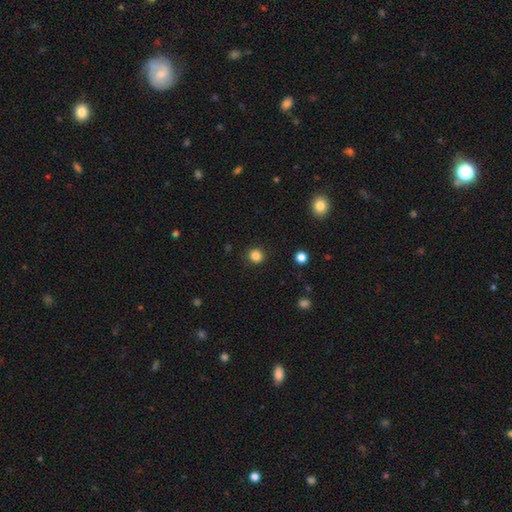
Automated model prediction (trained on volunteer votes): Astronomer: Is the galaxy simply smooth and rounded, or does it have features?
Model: smooth — 85%.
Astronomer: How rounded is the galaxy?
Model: round — 91%.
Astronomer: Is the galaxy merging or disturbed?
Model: none — 91%.